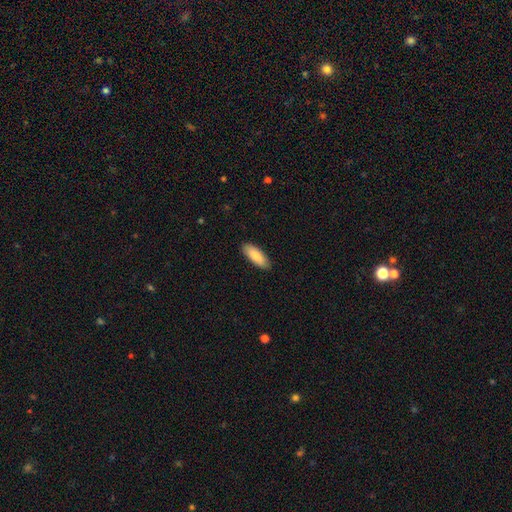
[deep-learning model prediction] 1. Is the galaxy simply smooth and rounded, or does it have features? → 88% smooth, 7% featured or disk, 5% star or artifact.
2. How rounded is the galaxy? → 73% in between, 25% cigar-shaped, 2% round.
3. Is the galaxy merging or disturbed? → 89% none, 9% minor disturbance, 2% major disturbance, 1% merger.